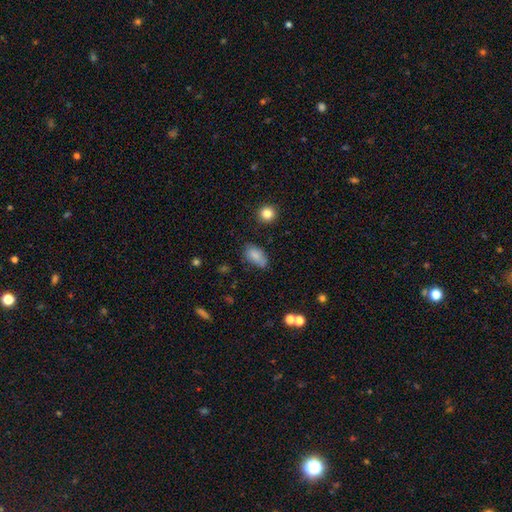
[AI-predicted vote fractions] A smooth galaxy with no disk features (82%) that is in between round and cigar-shaped (90%). Merging: none (61%).